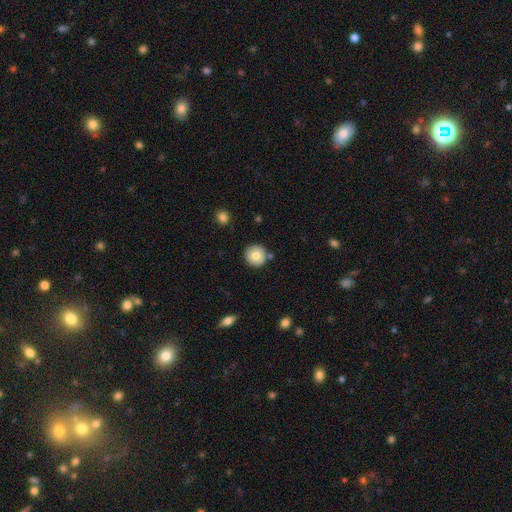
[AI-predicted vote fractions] smooth_or_featured: smooth (p=0.76) [alt: featured or disk p=0.16]
how_rounded: round (p=0.94) [alt: in between p=0.05]
merging: none (p=0.85) [alt: minor disturbance p=0.09]